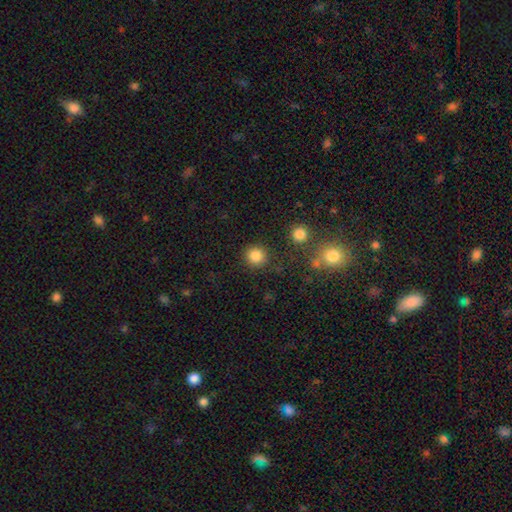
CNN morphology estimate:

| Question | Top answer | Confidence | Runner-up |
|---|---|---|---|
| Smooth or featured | smooth | 85% | star or artifact (12%) |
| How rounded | round | 93% | in between (6%) |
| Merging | none | 88% | minor disturbance (7%) |